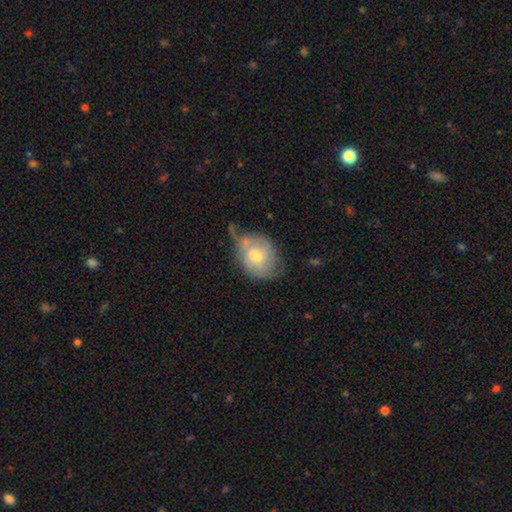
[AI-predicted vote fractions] Q: Smooth or featured?
A: smooth (58%); runner-up: featured or disk (34%)
Q: How rounded?
A: in between (60%); runner-up: round (39%)
Q: Merging?
A: none (39%); runner-up: minor disturbance (34%)